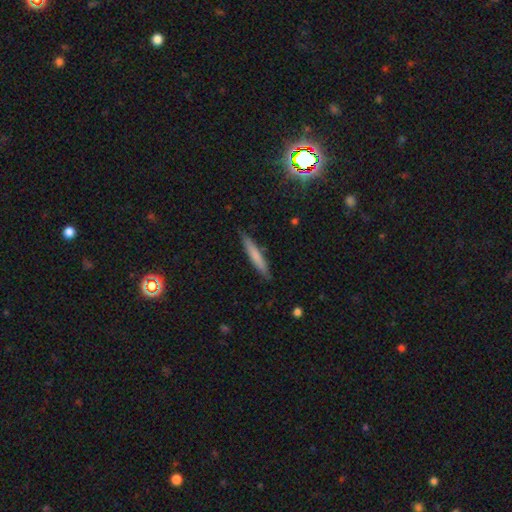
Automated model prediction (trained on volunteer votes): A smooth galaxy with no disk features (70%) that is cigar-shaped (93%). Merging: none (87%).